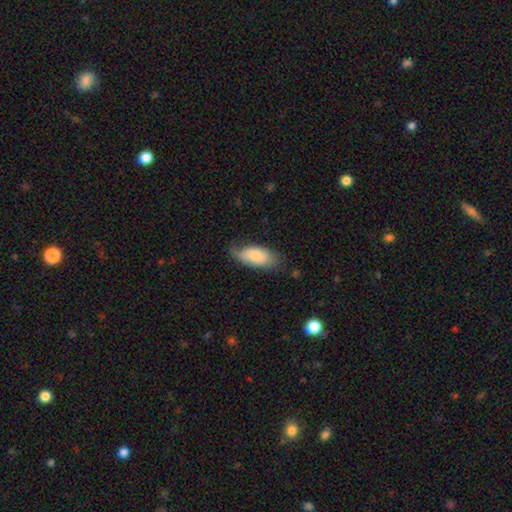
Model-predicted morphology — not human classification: smooth-or-featured: smooth: 77% | featured or disk: 17% | star or artifact: 6%
  how-rounded: in between: 91% | cigar-shaped: 7% | round: 2%
  merging: none: 54% | minor disturbance: 33% | major disturbance: 11% | merger: 2%